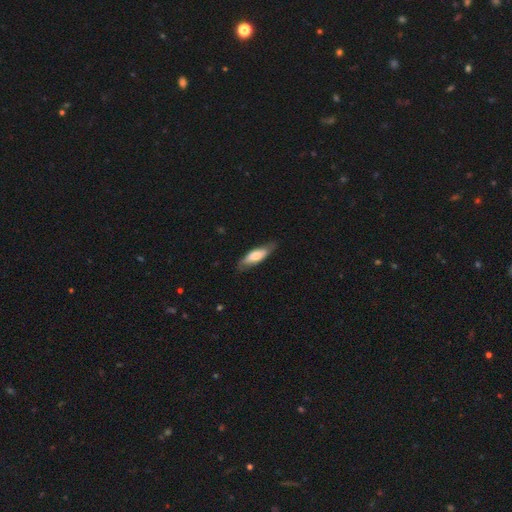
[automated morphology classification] Smooth or featured? Predicted: smooth (p=0.66). How rounded? Predicted: in between (p=0.54). Merging? Predicted: none (p=0.78).